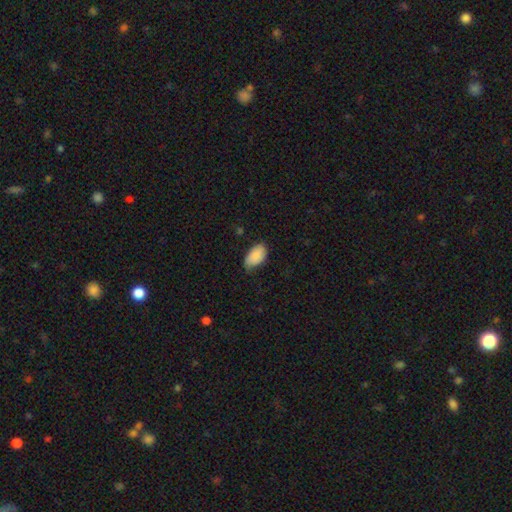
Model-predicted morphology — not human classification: This is clearly a smooth galaxy (88%). How rounded: clearly in between (94%). Merging: possibly none (58%).